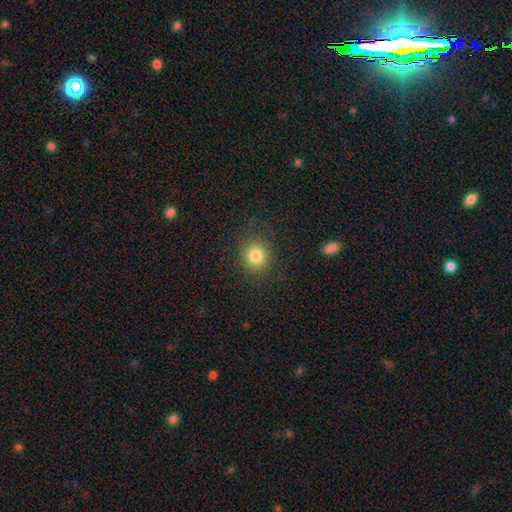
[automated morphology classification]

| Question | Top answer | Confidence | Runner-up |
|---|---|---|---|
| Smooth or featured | smooth | 82% | star or artifact (12%) |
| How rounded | round | 80% | in between (19%) |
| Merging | none | 87% | minor disturbance (8%) |